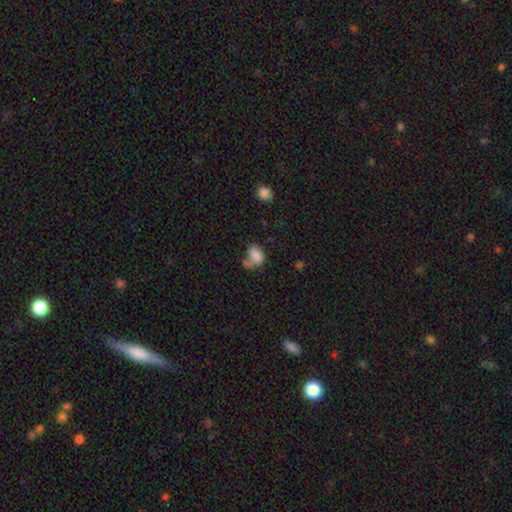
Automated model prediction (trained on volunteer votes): smooth-or-featured: smooth: 81% | star or artifact: 10% | featured or disk: 9%
  how-rounded: in between: 85% | round: 14% | cigar-shaped: 2%
  merging: none: 36% | merger: 33% | minor disturbance: 18% | major disturbance: 14%